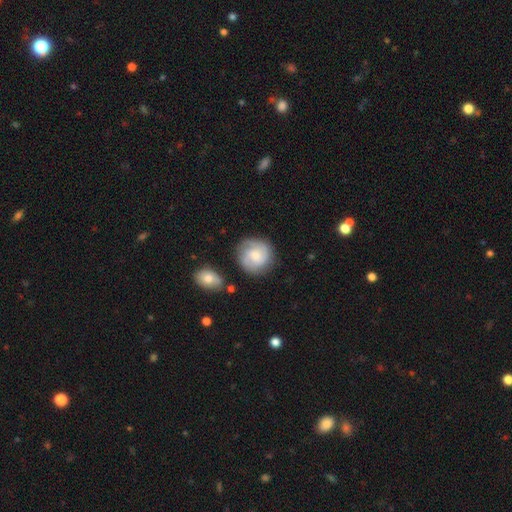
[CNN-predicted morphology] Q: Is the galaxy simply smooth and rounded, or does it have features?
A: featured or disk — 56%.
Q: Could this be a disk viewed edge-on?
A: no — 98%.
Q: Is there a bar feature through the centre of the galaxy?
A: no — 63%.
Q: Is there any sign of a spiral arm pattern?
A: yes — 90%.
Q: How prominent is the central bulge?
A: moderate — 44%.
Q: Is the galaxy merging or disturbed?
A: none — 76%.